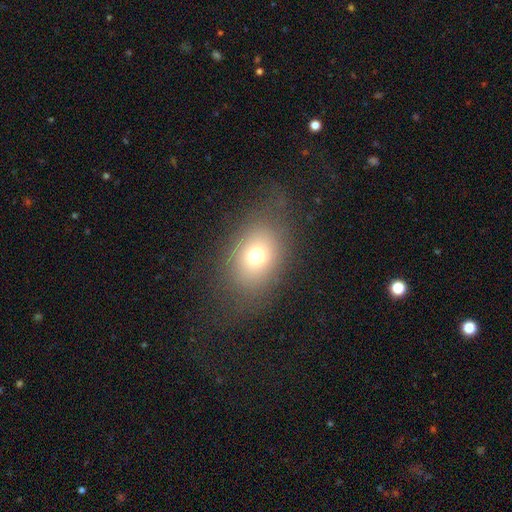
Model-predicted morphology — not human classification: smooth_or_featured: smooth (p=0.69) [alt: featured or disk p=0.16]
how_rounded: in between (p=0.69) [alt: round p=0.30]
merging: none (p=0.69) [alt: minor disturbance p=0.17]